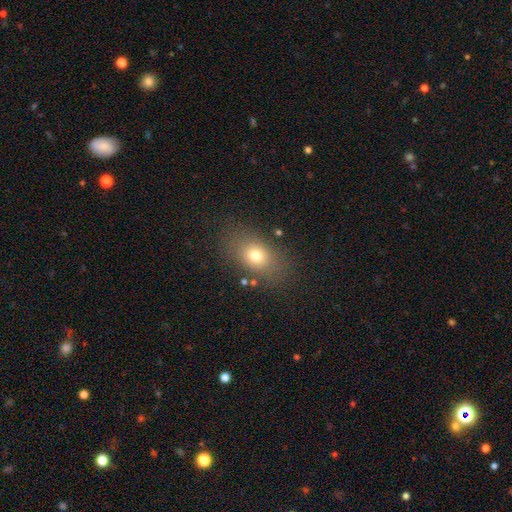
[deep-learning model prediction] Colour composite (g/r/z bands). It shows a smooth galaxy with no disk features (74%) that is in between round and cigar-shaped (73%). Merging: none (79%).